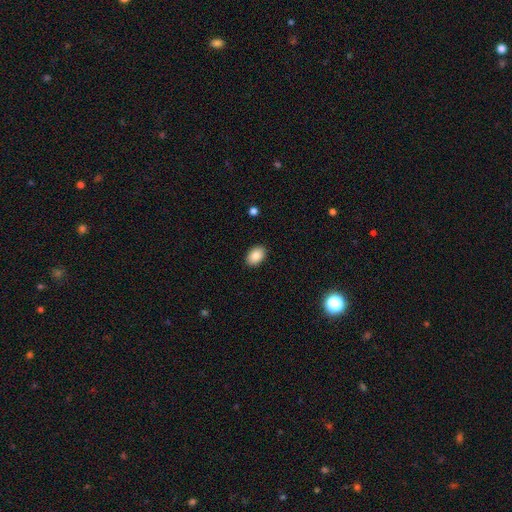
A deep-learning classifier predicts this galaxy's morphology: smooth 87%, star or artifact 7%, featured or disk 5%. Down the decision tree: how rounded — in between (87%); merging — none (89%).